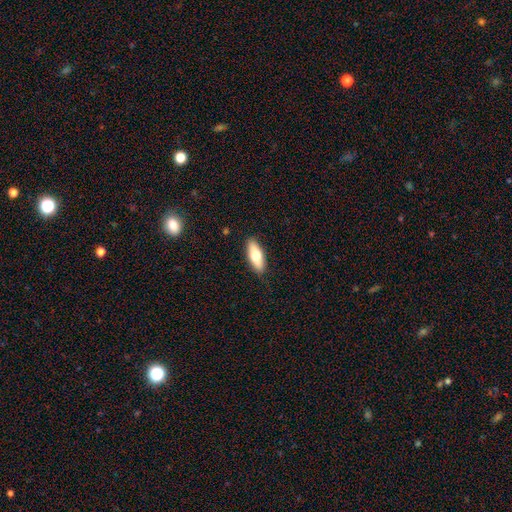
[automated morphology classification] Smooth or featured? Predicted: smooth (p=0.69). How rounded? Predicted: in between (p=0.69). Merging? Predicted: none (p=0.89).